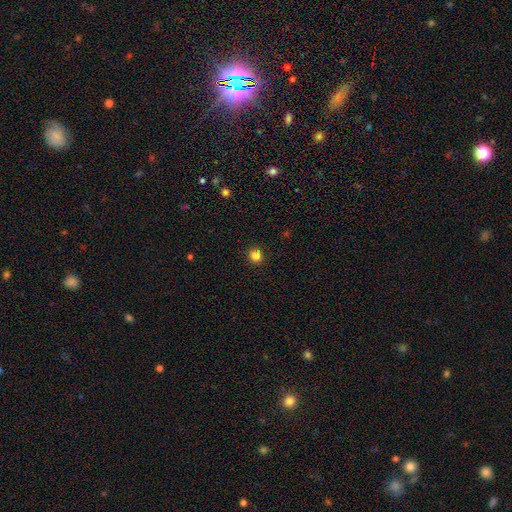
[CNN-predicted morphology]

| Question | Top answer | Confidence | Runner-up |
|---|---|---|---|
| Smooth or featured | smooth | 84% | star or artifact (13%) |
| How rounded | round | 82% | in between (17%) |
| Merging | none | 90% | minor disturbance (6%) |